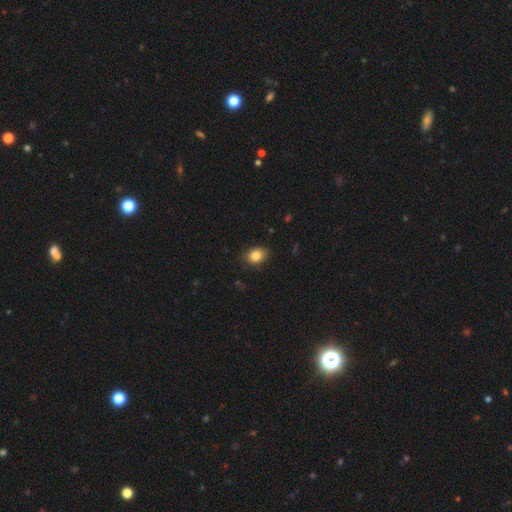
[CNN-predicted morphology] smooth-or-featured: smooth: 85% | star or artifact: 9% | featured or disk: 5%
  how-rounded: in between: 61% | round: 38% | cigar-shaped: 1%
  merging: none: 83% | minor disturbance: 13% | major disturbance: 3% | merger: 1%